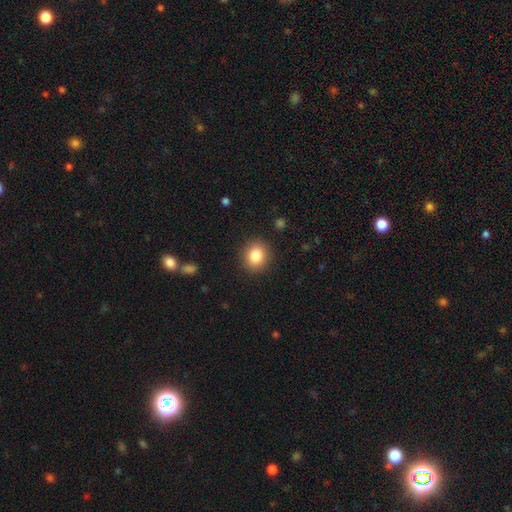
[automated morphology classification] smooth_or_featured: smooth (p=0.84) [alt: star or artifact p=0.10]
how_rounded: round (p=0.74) [alt: in between p=0.25]
merging: none (p=0.90) [alt: minor disturbance p=0.07]